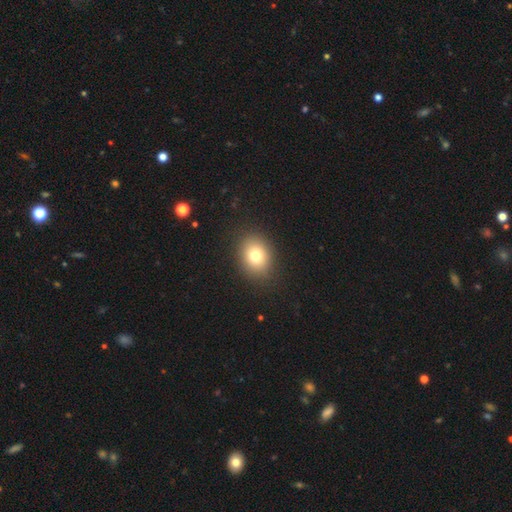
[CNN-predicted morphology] smooth 76%, star or artifact 13%, featured or disk 11%. Down the decision tree: how rounded — round (52%); merging — none (89%).